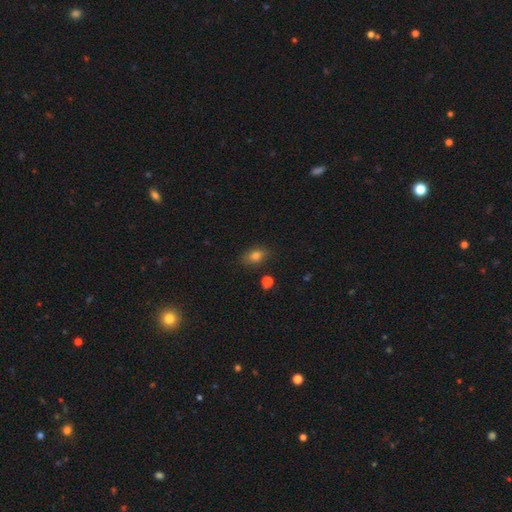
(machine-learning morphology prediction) The model was most divided on "how rounded": in between: 78%, round: 18%, cigar-shaped: 4%. More confident: smooth or featured — smooth (80%); merging — none (79%).